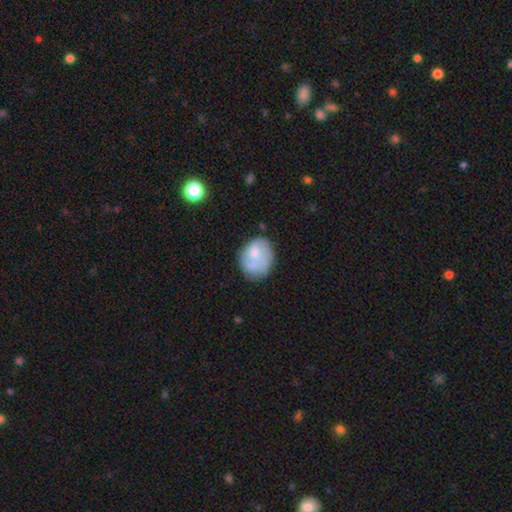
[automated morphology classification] Smooth or featured: smooth — 58% (featured or disk — 35%)
How rounded: in between — 51% (round — 48%)
Merging: none — 53% (minor disturbance — 26%)